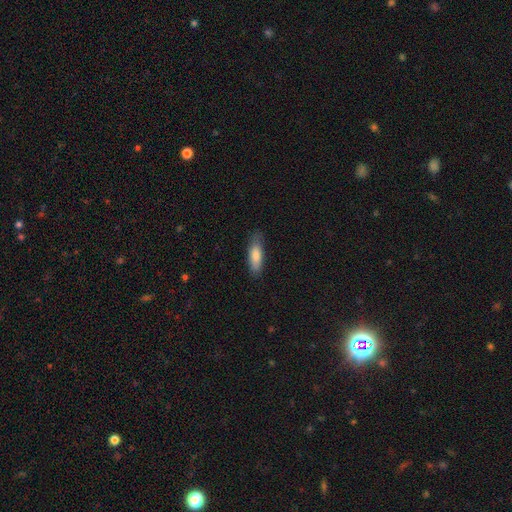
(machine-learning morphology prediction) This is clearly a smooth galaxy (82%). How rounded: possibly in between (51%). Merging: likely none (77%).